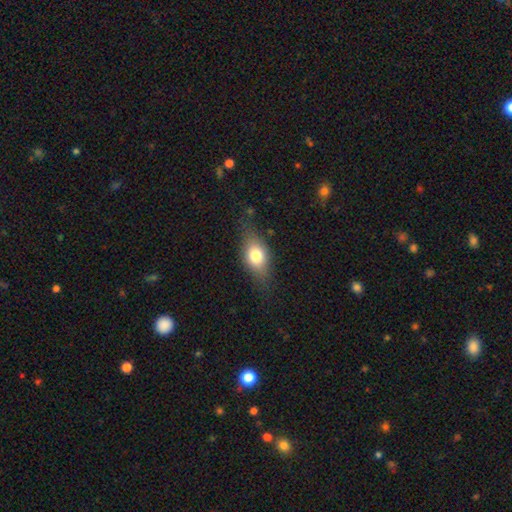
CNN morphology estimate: This is likely a smooth galaxy (71%). How rounded: likely in between (75%). Merging: likely none (72%).